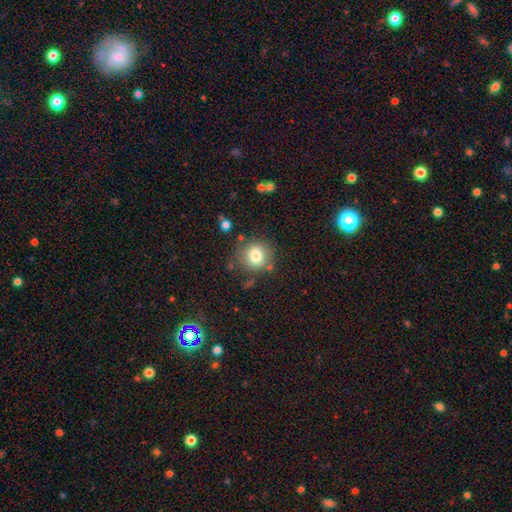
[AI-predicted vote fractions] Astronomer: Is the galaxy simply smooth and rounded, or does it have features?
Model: smooth — 79%.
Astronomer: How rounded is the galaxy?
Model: round — 83%.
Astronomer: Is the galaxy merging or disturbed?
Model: none — 78%.